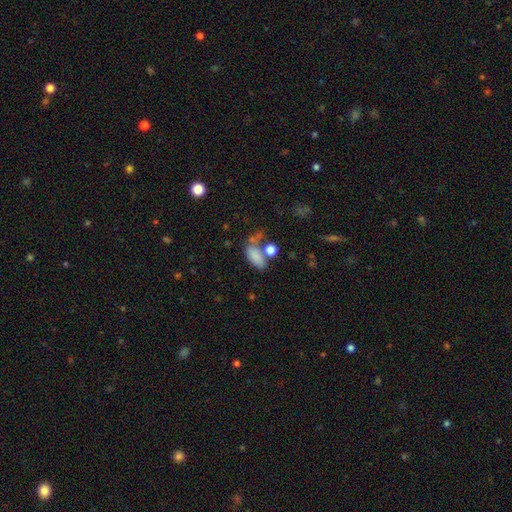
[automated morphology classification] Overall: smooth (79%). How rounded: in between (88%). Merging: none (44%; merger 24%).